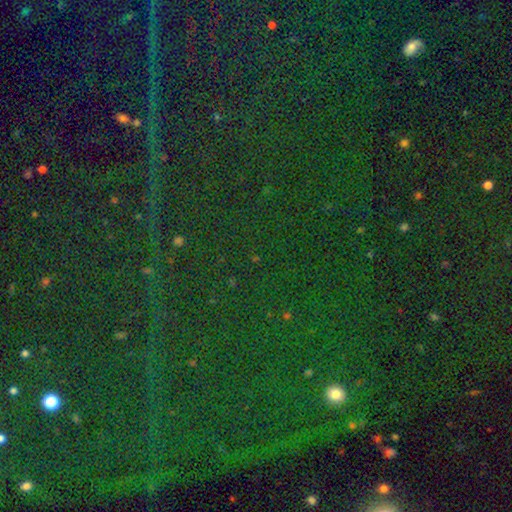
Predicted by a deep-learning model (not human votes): Smooth or featured? star or artifact (82%)